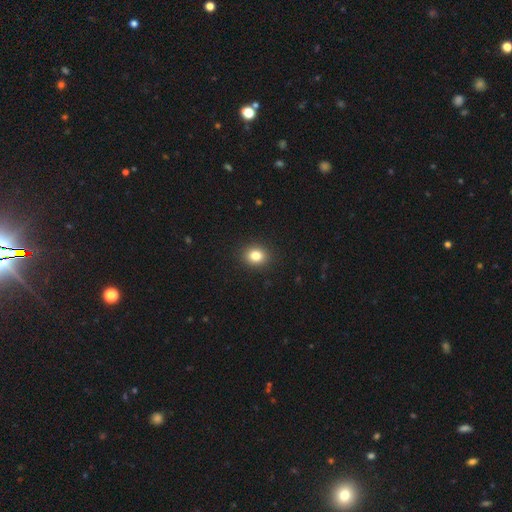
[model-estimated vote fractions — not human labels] Smooth or featured? Predicted: smooth (p=0.83). How rounded? Predicted: round (p=0.60). Merging? Predicted: none (p=0.90).